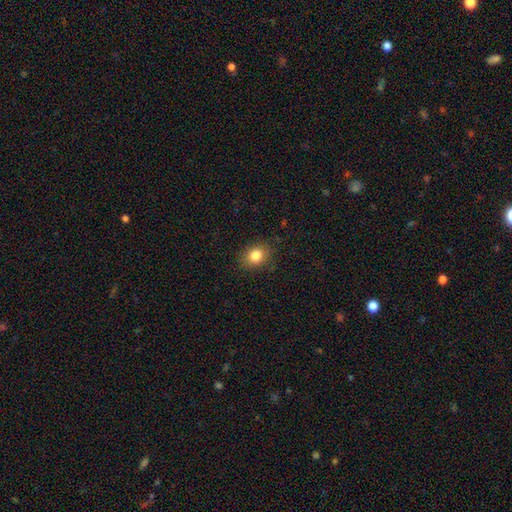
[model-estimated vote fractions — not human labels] smooth-or-featured: smooth: 83% | star or artifact: 11% | featured or disk: 6%
  how-rounded: round: 55% | in between: 44% | cigar-shaped: 1%
  merging: none: 86% | minor disturbance: 10% | major disturbance: 3% | merger: 1%